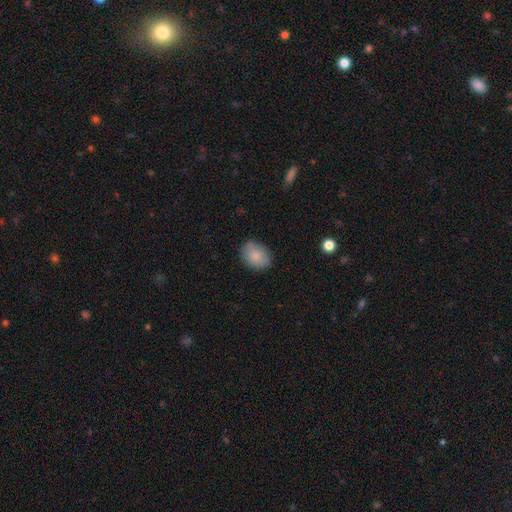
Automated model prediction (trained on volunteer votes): A smooth galaxy with no disk features (85%) that is in between round and cigar-shaped (71%). Merging: none (79%).